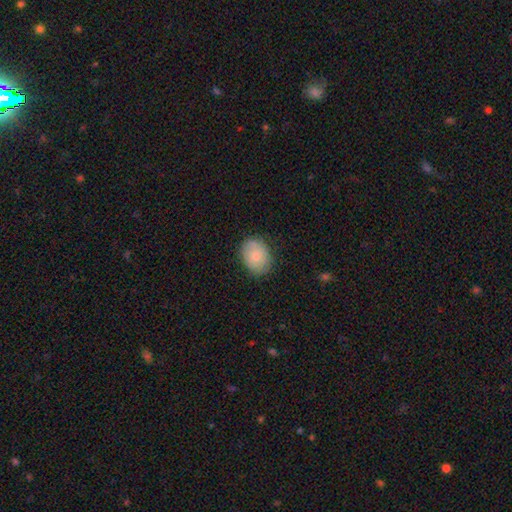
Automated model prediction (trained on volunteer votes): This is likely a smooth galaxy (73%). How rounded: likely in between (63%). Merging: likely none (78%).